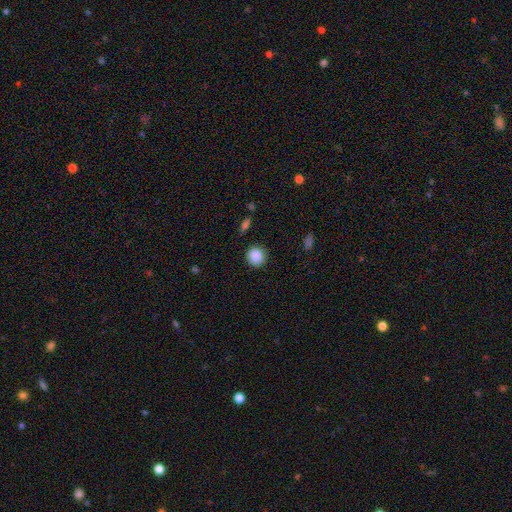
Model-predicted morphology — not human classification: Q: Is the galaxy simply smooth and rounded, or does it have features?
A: smooth — 88%.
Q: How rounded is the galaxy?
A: round — 89%.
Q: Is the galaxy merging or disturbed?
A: none — 87%.